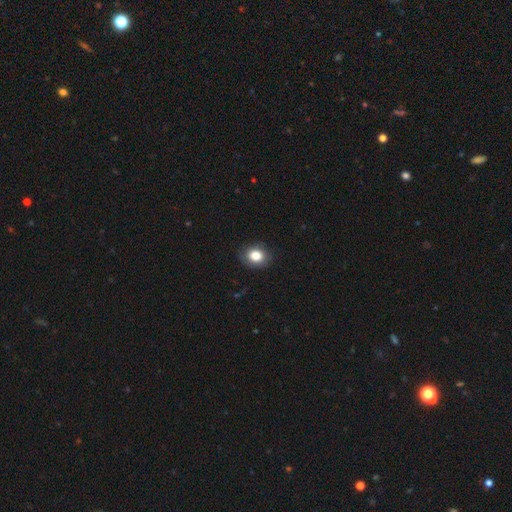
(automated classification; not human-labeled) smooth-or-featured: smooth: 83% | star or artifact: 9% | featured or disk: 8%
  how-rounded: round: 53% | in between: 46% | cigar-shaped: 1%
  merging: none: 86% | minor disturbance: 10% | major disturbance: 3% | merger: 1%